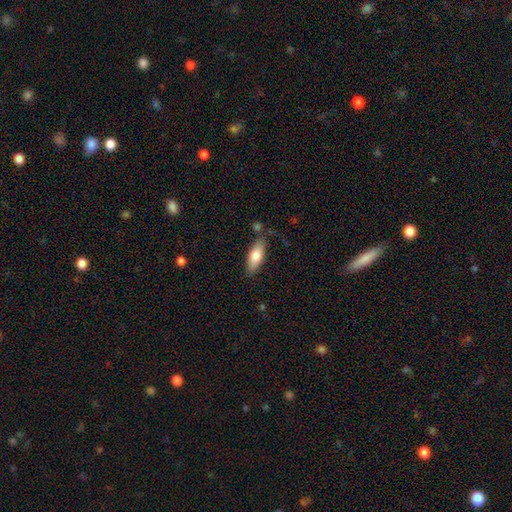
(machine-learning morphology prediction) type=smooth (76%); roundness=in between (68%); merging=none (78%).